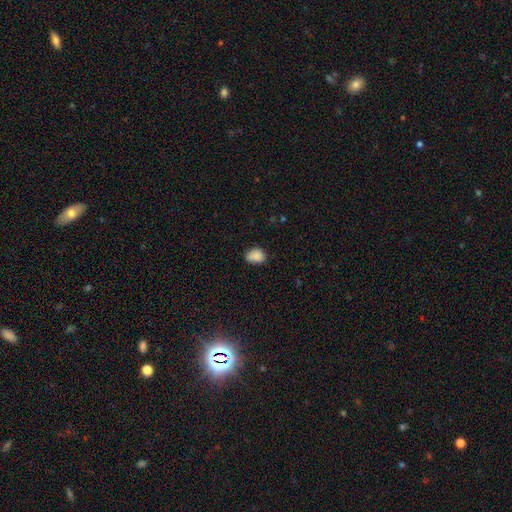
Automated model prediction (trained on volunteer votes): Smooth or featured? smooth (87%)
How rounded? in between (67%)
Merging? none (67%)